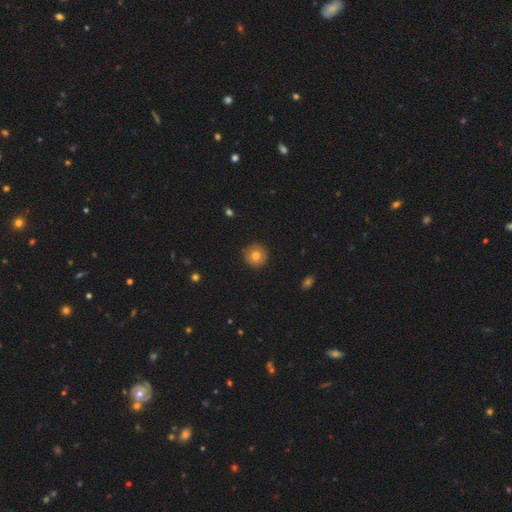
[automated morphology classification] A smooth galaxy with no disk features (78%) that is round (95%). Merging: none (89%).